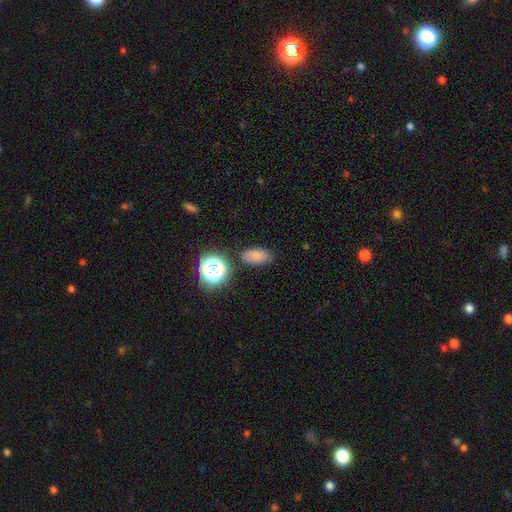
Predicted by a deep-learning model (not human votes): smooth 77%, star or artifact 16%, featured or disk 7%. Down the decision tree: how rounded — in between (86%); merging — none (82%).